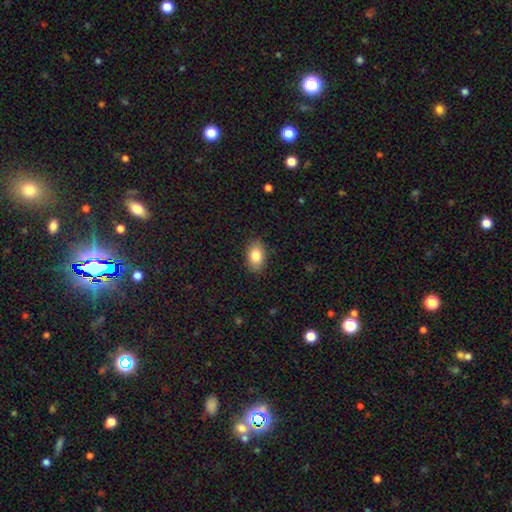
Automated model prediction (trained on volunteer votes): smooth-or-featured: smooth: 83% | featured or disk: 9% | star or artifact: 8%
  how-rounded: in between: 87% | round: 12% | cigar-shaped: 1%
  merging: none: 88% | minor disturbance: 9% | major disturbance: 2% | merger: 1%